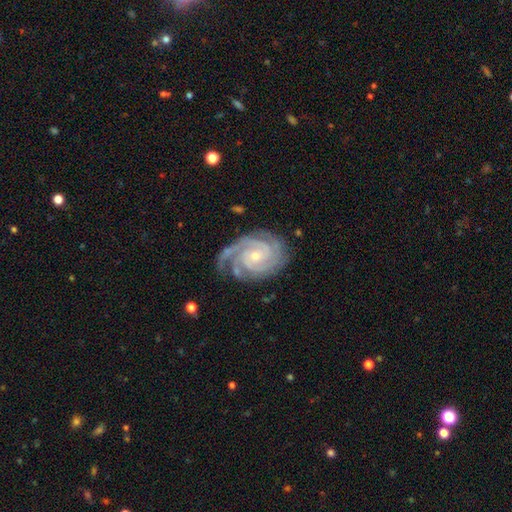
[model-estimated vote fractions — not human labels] The model was most divided on "spiral arm count": 3: 38%, 2: 23%, 4: 17%, can't tell: 10%, more than 4: 6%, 1: 5%. More confident: spiral arms — yes (99%); edge-on disk — no (98%); smooth or featured — featured or disk (93%); spiral winding — tight (77%); merging — none (73%); bulge size — small (69%); bar — no (65%).